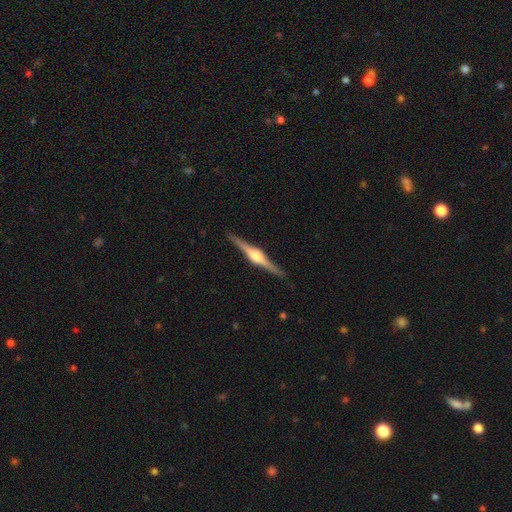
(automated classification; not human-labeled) This is clearly a featured or disk galaxy (86%). It is clearly viewed edge-on (99%). Edge-on bulge: clearly rounded (89%). Merging: clearly none (92%).